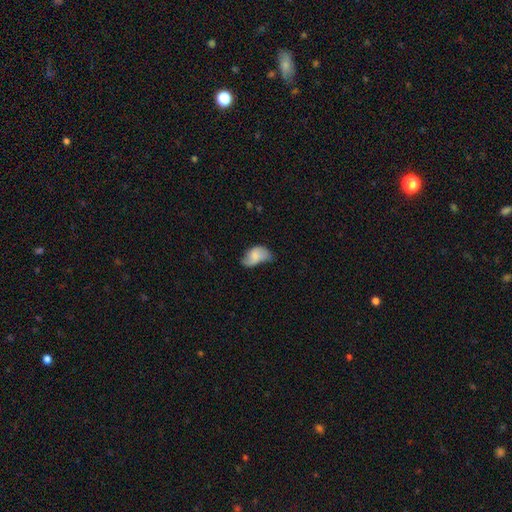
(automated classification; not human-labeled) Smooth or featured? Predicted: smooth (p=0.63). How rounded? Predicted: in between (p=0.91). Merging? Predicted: minor disturbance (p=0.44).